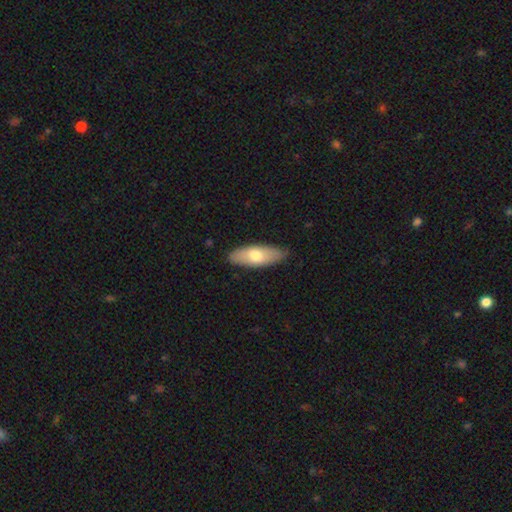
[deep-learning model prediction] This is likely a smooth galaxy (68%). How rounded: likely in between (74%). Merging: clearly none (84%).